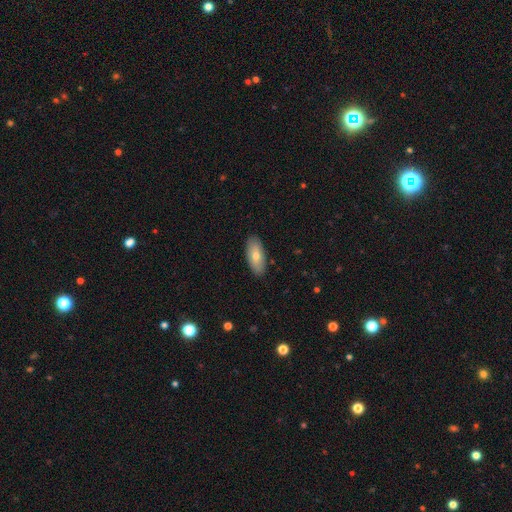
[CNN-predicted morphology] smooth-or-featured: smooth: 68% | featured or disk: 25% | star or artifact: 6%
  how-rounded: in between: 86% | cigar-shaped: 12% | round: 2%
  merging: none: 89% | minor disturbance: 8% | major disturbance: 2% | merger: 1%